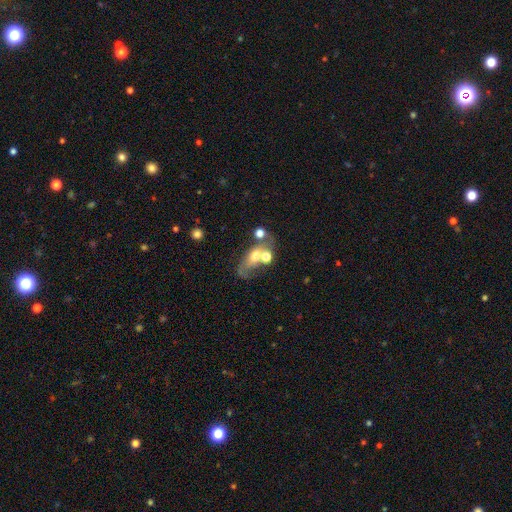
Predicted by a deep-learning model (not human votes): smooth_or_featured: smooth (p=0.49) [alt: featured or disk p=0.39]
merging: merger (p=0.41) [alt: none p=0.30]